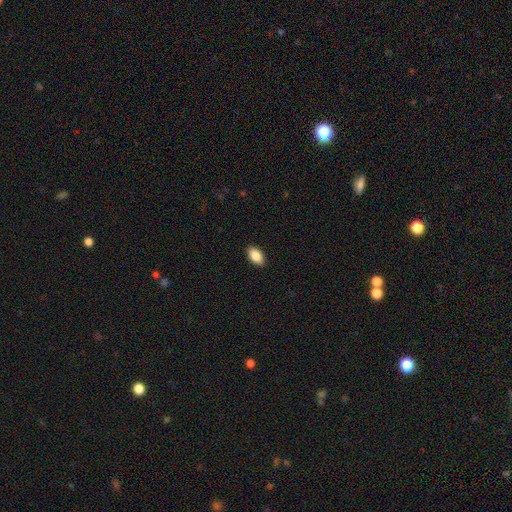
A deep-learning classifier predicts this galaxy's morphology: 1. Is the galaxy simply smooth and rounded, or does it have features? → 88% smooth, 7% star or artifact, 5% featured or disk.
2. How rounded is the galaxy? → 93% in between, 4% round, 2% cigar-shaped.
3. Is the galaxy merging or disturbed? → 89% none, 8% minor disturbance, 2% major disturbance, 1% merger.